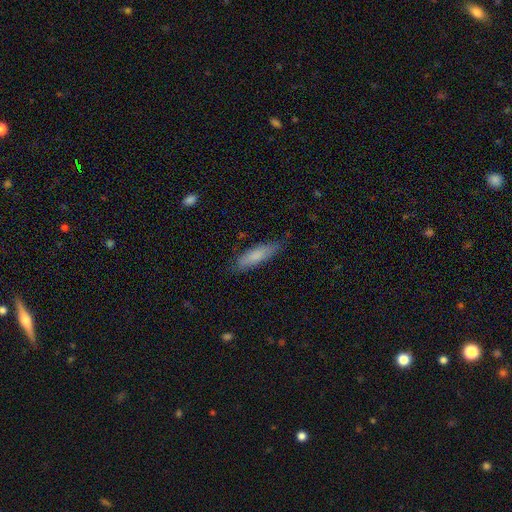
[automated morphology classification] Smooth or featured: smooth — 77% (featured or disk — 17%)
How rounded: cigar-shaped — 65% (in between — 33%)
Merging: none — 77% (minor disturbance — 18%)